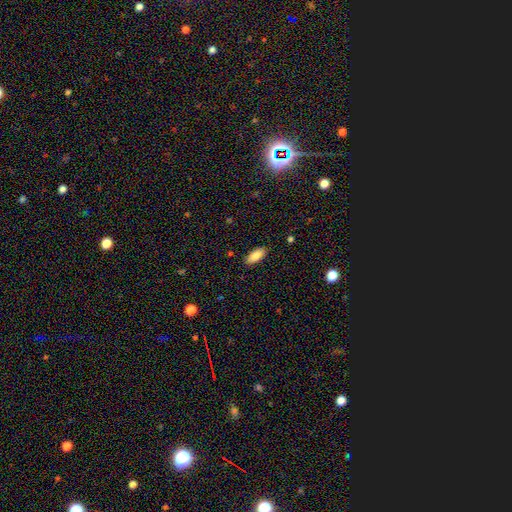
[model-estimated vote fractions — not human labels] Smooth or featured? smooth (85%)
How rounded? in between (84%)
Merging? none (87%)